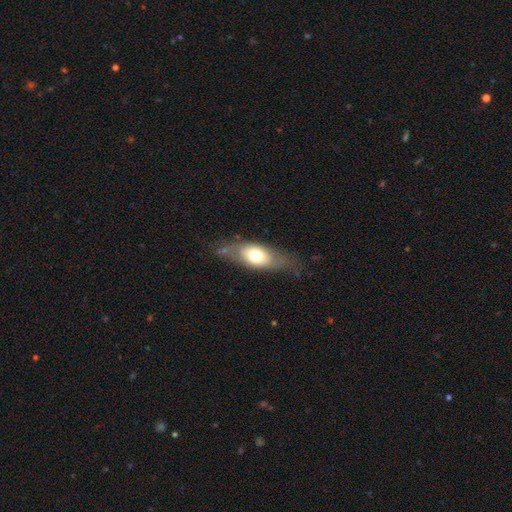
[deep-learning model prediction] Smooth or featured? smooth (58%)
How rounded? in between (75%)
Merging? none (70%)